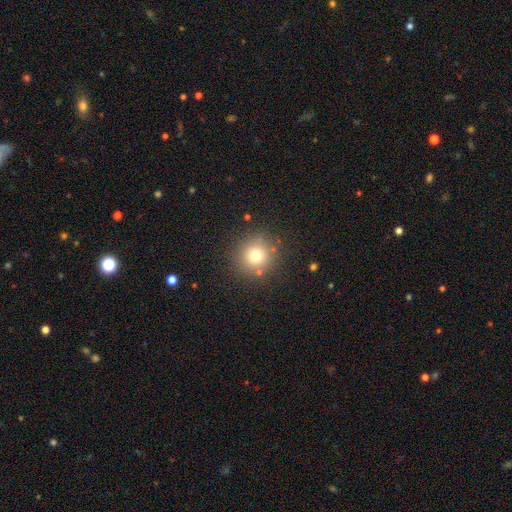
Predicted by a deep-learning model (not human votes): A smooth galaxy with no disk features (73%) that is round (94%).

Vote fractions:
- Smooth or featured? smooth: 73% / star or artifact: 16% / featured or disk: 10%
- How rounded? round: 94% / in between: 5% / cigar-shaped: 1%
- Merging? none: 85% / minor disturbance: 8% / major disturbance: 3% / merger: 3%